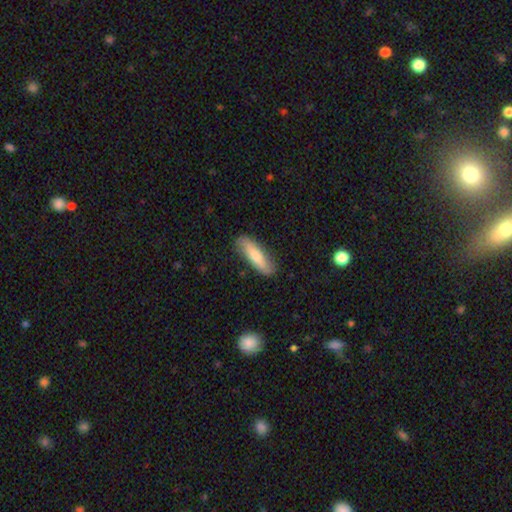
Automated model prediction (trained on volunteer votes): Smooth or featured? smooth (60%)
How rounded? cigar-shaped (64%)
Merging? none (85%)